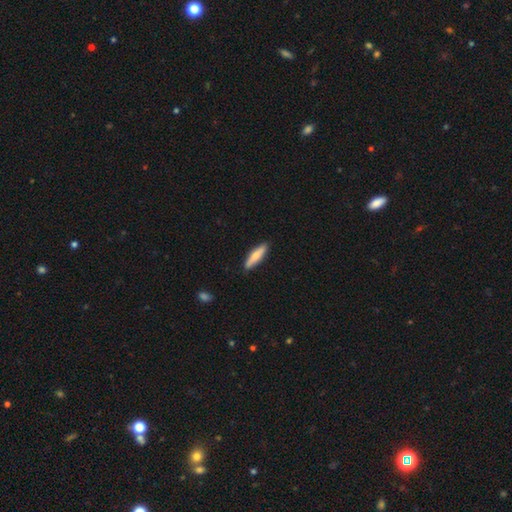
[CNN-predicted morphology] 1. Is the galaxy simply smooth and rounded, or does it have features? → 65% smooth, 30% featured or disk, 5% star or artifact.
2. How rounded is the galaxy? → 78% cigar-shaped, 21% in between, 2% round.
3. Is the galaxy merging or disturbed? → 88% none, 9% minor disturbance, 2% major disturbance, 1% merger.